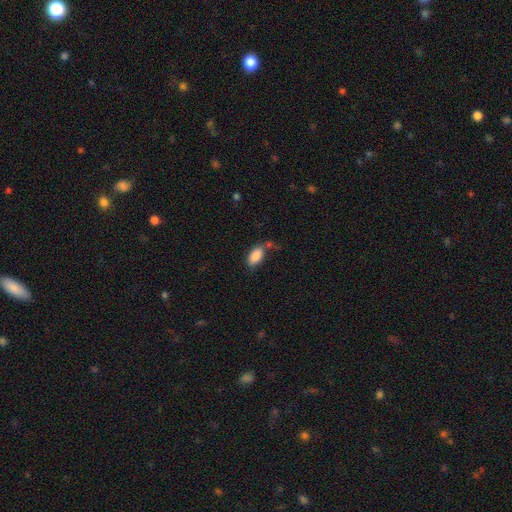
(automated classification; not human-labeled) smooth_or_featured: smooth (p=0.87) [alt: star or artifact p=0.07]
how_rounded: in between (p=0.93) [alt: cigar-shaped p=0.04]
merging: none (p=0.60) [alt: minor disturbance p=0.21]